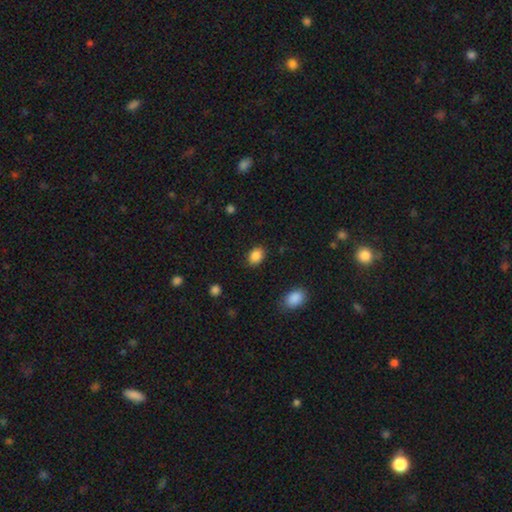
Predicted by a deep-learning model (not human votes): smooth-or-featured: smooth: 87% | star or artifact: 9% | featured or disk: 4%
  how-rounded: in between: 73% | round: 26% | cigar-shaped: 1%
  merging: none: 86% | minor disturbance: 10% | major disturbance: 3% | merger: 1%